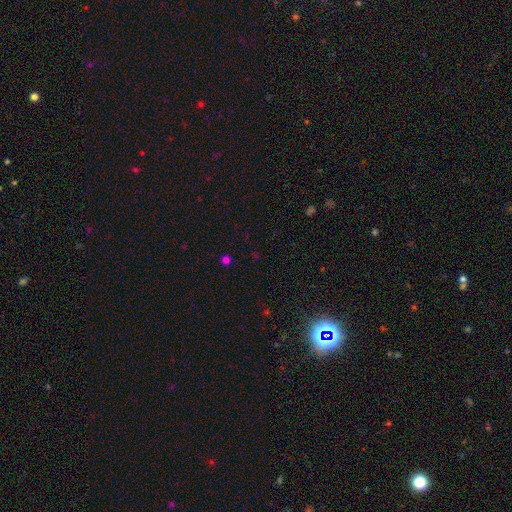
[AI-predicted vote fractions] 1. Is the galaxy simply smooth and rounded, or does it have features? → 56% star or artifact, 38% smooth, 6% featured or disk.